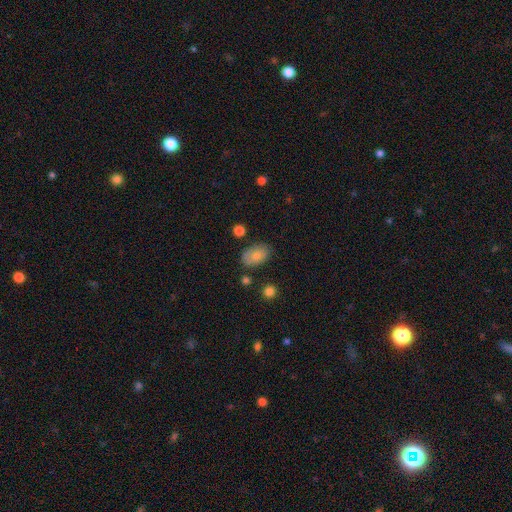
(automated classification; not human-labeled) The model was most divided on "merging": none: 74%, minor disturbance: 19%, major disturbance: 4%, merger: 3%. More confident: how rounded — in between (90%); smooth or featured — smooth (79%).